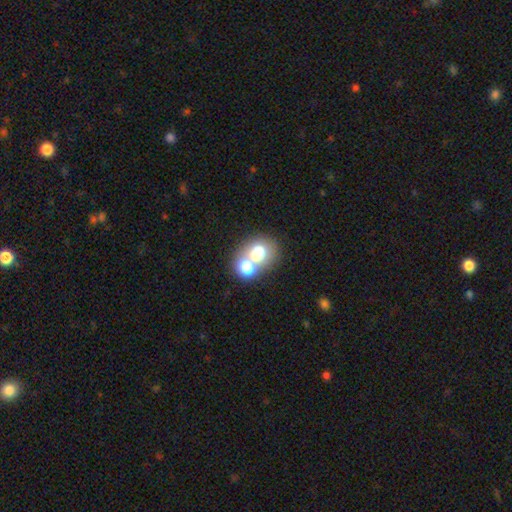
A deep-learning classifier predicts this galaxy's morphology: This appears to be a smooth galaxy with no disk features (66%) that is round (60%). Merging: merger (62%).